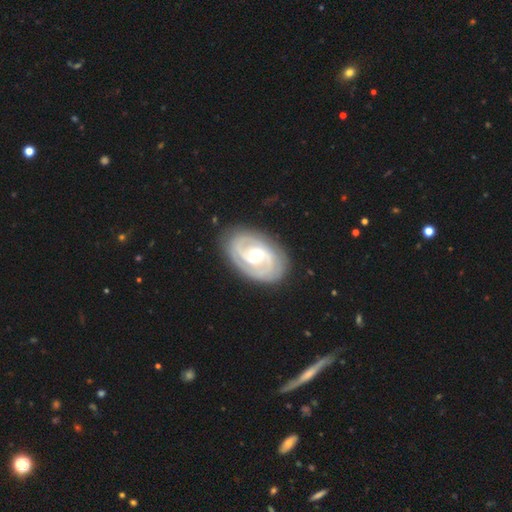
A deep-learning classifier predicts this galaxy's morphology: A featured or disk galaxy (87%) with a weak bar (49%), 2 (69%) tight (61%) spiral arms (95%) and a moderate central bulge (67%). Merging: none (82%).